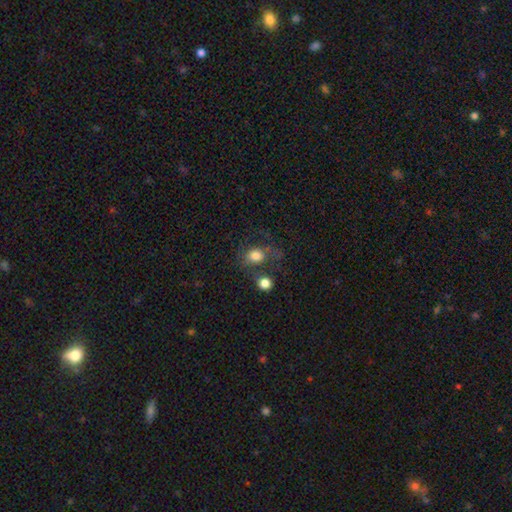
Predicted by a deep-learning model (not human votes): Smooth or featured: smooth — 78% (featured or disk — 11%)
How rounded: round — 61% (in between — 38%)
Merging: none — 45% (merger — 23%)